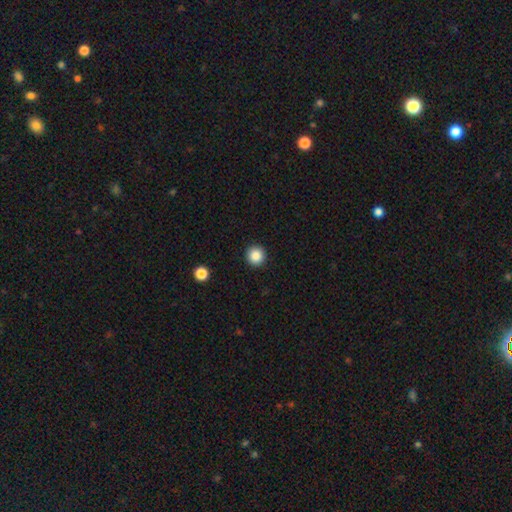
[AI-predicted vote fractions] A smooth galaxy with no disk features (86%) that is round (95%).

Vote fractions:
- Smooth or featured? smooth: 86% / star or artifact: 10% / featured or disk: 4%
- How rounded? round: 95% / in between: 4% / cigar-shaped: 1%
- Merging? none: 93% / minor disturbance: 4% / major disturbance: 2% / merger: 1%